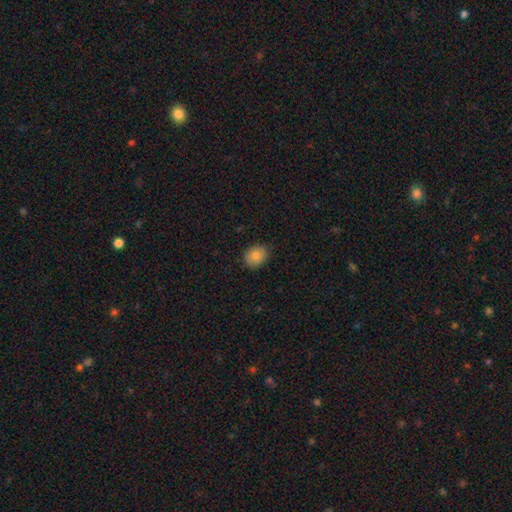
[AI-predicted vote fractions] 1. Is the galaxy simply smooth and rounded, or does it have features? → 83% smooth, 9% star or artifact, 8% featured or disk.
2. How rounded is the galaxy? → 54% in between, 45% round, 1% cigar-shaped.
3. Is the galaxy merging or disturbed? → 83% none, 14% minor disturbance, 2% major disturbance, 1% merger.